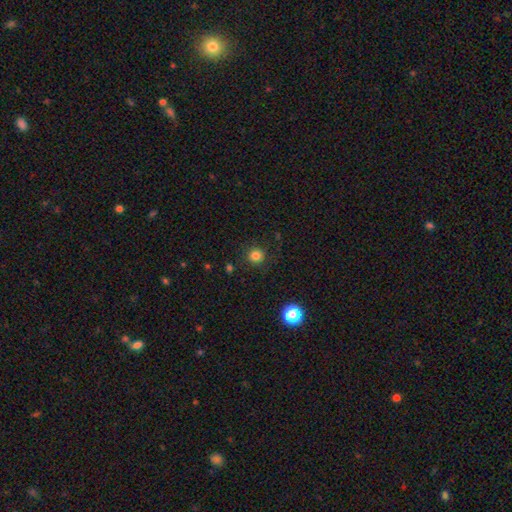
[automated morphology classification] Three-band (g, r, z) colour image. It shows a smooth galaxy with no disk features (82%) that is round (94%). Merging: none (89%).